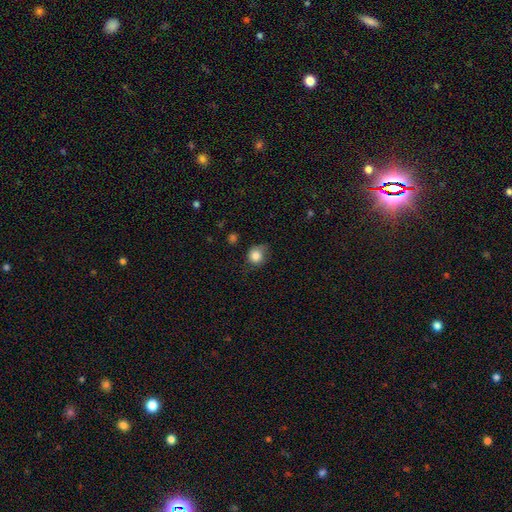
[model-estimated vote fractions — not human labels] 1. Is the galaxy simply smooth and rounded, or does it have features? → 84% smooth, 10% star or artifact, 7% featured or disk.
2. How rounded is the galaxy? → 83% round, 16% in between, 1% cigar-shaped.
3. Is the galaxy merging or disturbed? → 60% none, 30% minor disturbance, 9% major disturbance, 2% merger.